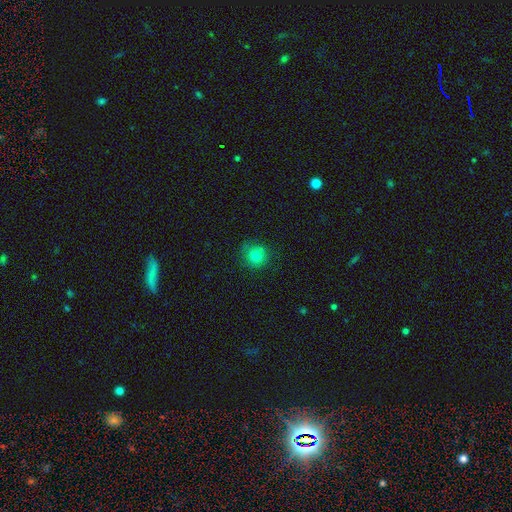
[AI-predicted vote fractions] Smooth or featured?
  - smooth: 80% *
  - star or artifact: 12%
  - featured or disk: 7%
How rounded?
  - round: 91% *
  - in between: 8%
  - cigar-shaped: 1%
Merging?
  - none: 79% *
  - minor disturbance: 15%
  - major disturbance: 4%
  - merger: 1%